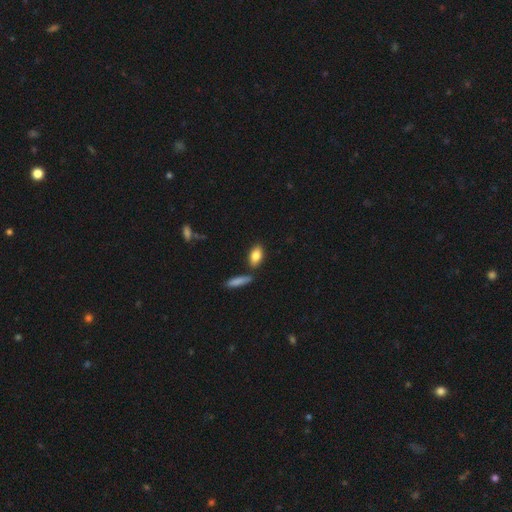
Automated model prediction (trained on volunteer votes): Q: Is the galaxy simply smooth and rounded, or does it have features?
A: smooth — 82%.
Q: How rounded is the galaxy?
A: in between — 85%.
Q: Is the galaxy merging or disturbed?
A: none — 74%.